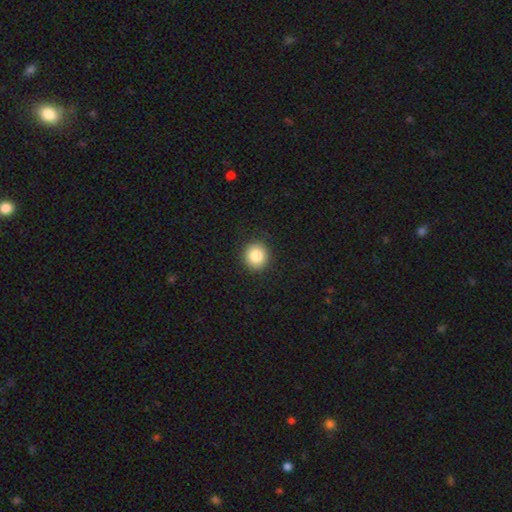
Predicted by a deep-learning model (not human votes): Smooth or featured: smooth — 85% (star or artifact — 9%)
How rounded: round — 90% (in between — 9%)
Merging: none — 91% (minor disturbance — 6%)